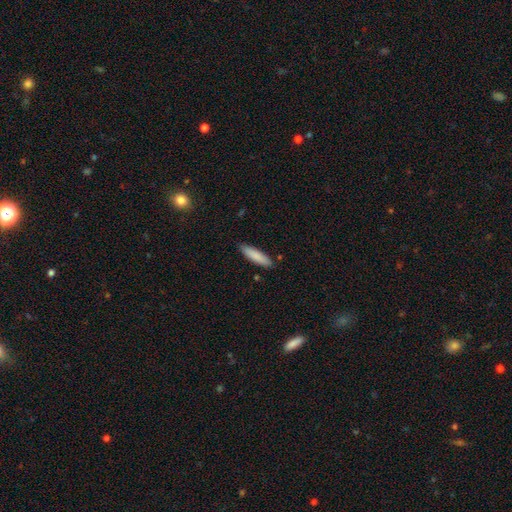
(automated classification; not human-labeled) Morphology: type=smooth (86%); roundness=cigar-shaped (69%); merging=none (86%).